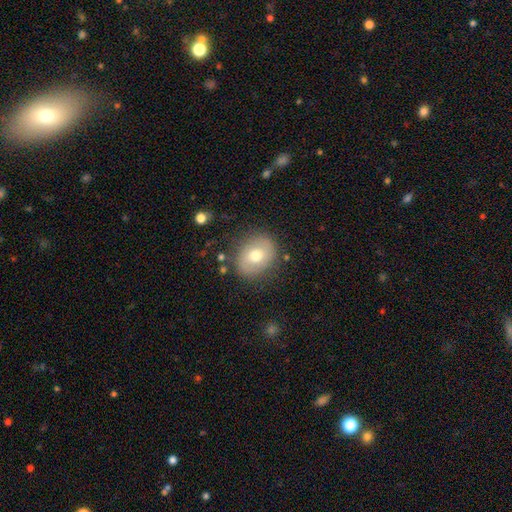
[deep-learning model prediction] Morphology: type=smooth (66%); roundness=round (51%); merging=none (81%).